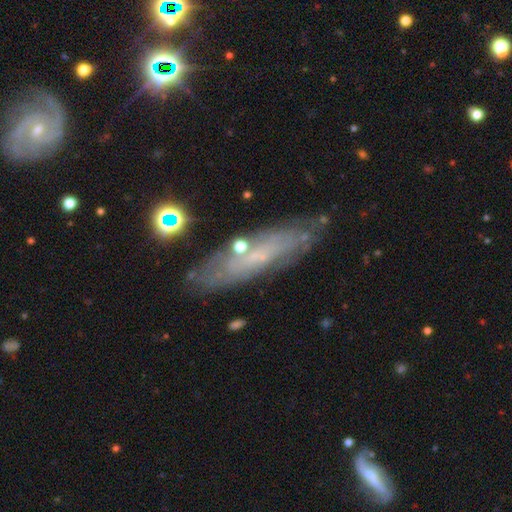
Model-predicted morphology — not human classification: Smooth or featured: featured or disk — 55% (smooth — 35%)
Edge-on disk: no — 62% (yes — 38%)
Merging: none — 77% (minor disturbance — 16%)